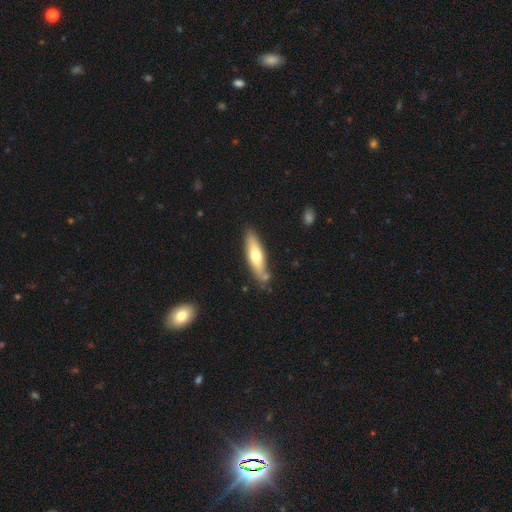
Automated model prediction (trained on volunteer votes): A smooth galaxy with no disk features (60%) that is cigar-shaped (65%). Merging: none (76%).